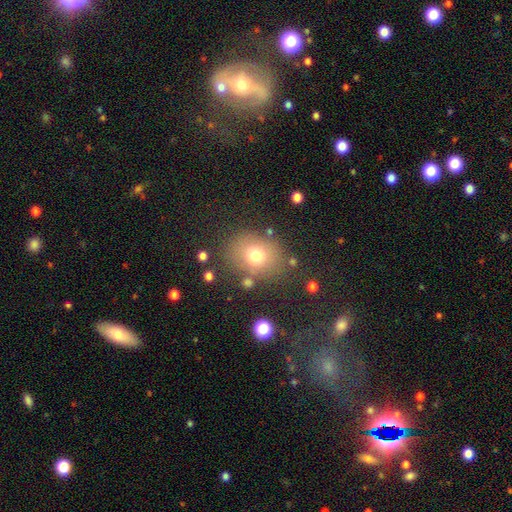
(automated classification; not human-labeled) A smooth galaxy with no disk features (72%) that is round (58%). Merging: none (74%).